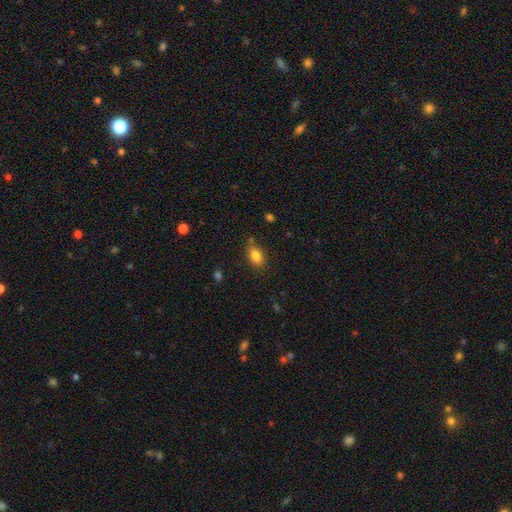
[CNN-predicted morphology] type=smooth (83%); roundness=in between (83%); merging=none (76%).